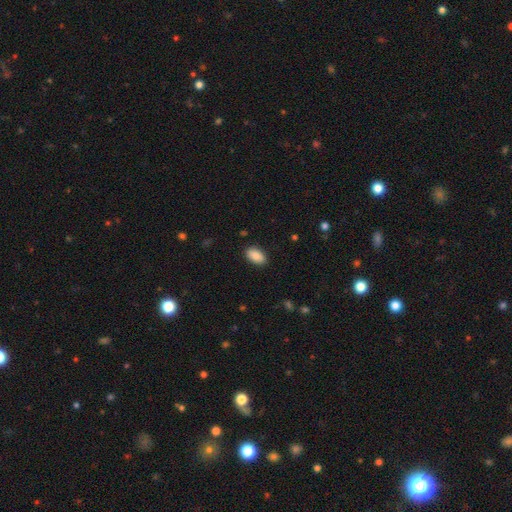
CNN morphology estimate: A smooth galaxy with no disk features (88%) that is in between round and cigar-shaped (94%). Merging: none (89%).